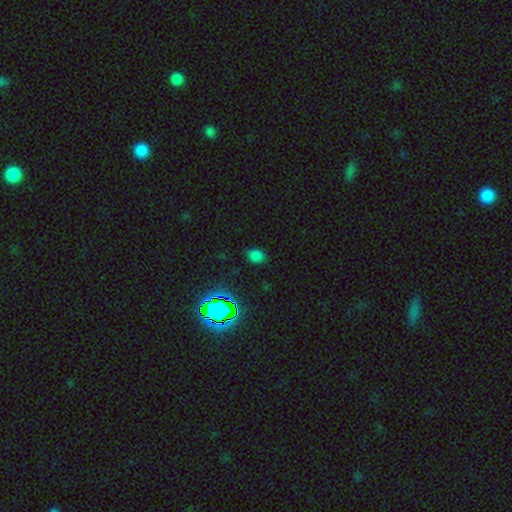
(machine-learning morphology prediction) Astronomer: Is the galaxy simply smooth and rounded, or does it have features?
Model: smooth — 68%.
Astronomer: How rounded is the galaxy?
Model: in between — 56% (runner-up: round, 43%).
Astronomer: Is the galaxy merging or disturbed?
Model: none — 82%.